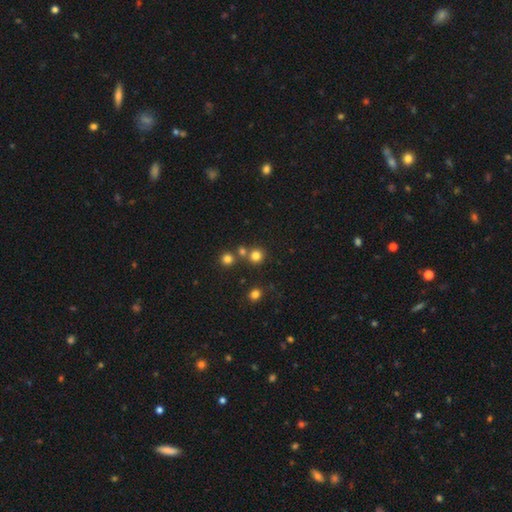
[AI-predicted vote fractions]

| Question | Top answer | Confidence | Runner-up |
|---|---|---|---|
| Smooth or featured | smooth | 78% | star or artifact (16%) |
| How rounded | round | 91% | in between (8%) |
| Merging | none | 73% | merger (18%) |